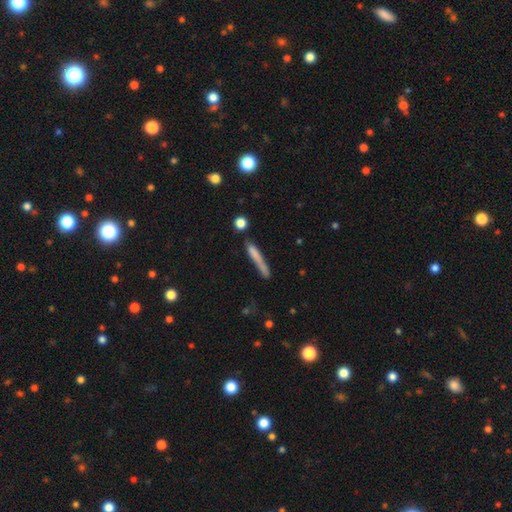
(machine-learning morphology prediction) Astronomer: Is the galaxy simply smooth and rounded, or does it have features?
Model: smooth — 70%.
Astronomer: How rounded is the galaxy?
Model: cigar-shaped — 93%.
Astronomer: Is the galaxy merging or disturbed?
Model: none — 63%.